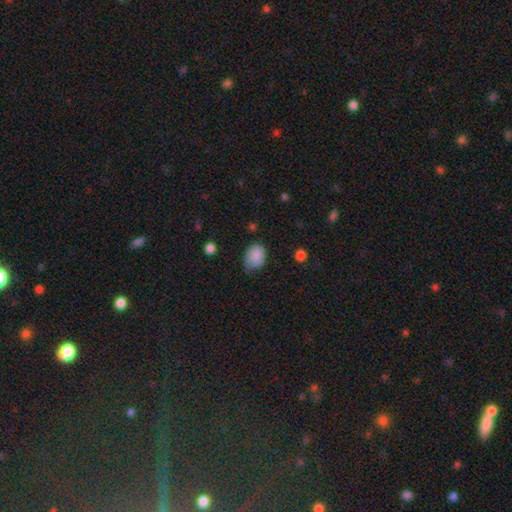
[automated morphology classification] This appears to be a smooth galaxy with no disk features (86%) that is in between round and cigar-shaped (67%). Merging: none (52%).